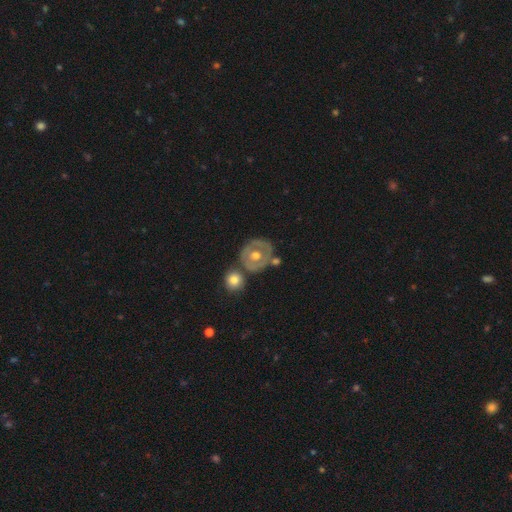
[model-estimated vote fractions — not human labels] This appears to be a featured or disk galaxy (59%) with no bar (85%), no spiral arms (76%) and a moderate central bulge (77%). Merging: none (64%).